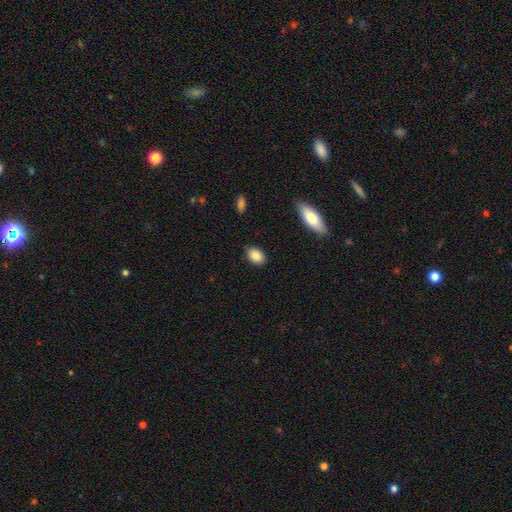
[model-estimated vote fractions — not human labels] Q: Smooth or featured?
A: smooth (86%); runner-up: star or artifact (8%)
Q: How rounded?
A: in between (76%); runner-up: round (23%)
Q: Merging?
A: none (86%); runner-up: minor disturbance (10%)